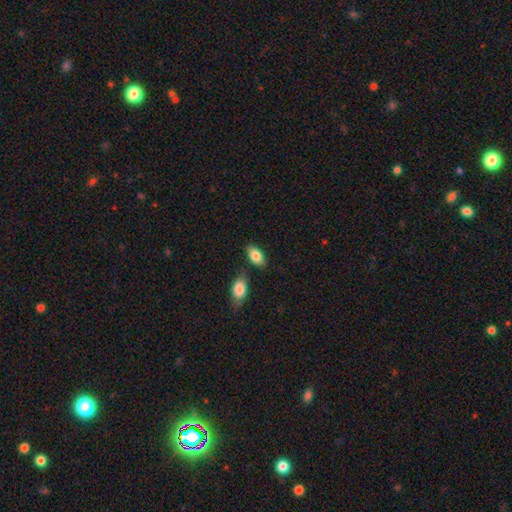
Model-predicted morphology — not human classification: Smooth or featured?
  - smooth: 84% *
  - featured or disk: 10%
  - star or artifact: 7%
How rounded?
  - in between: 92% *
  - round: 5%
  - cigar-shaped: 3%
Merging?
  - none: 73% *
  - minor disturbance: 13%
  - merger: 11%
  - major disturbance: 3%